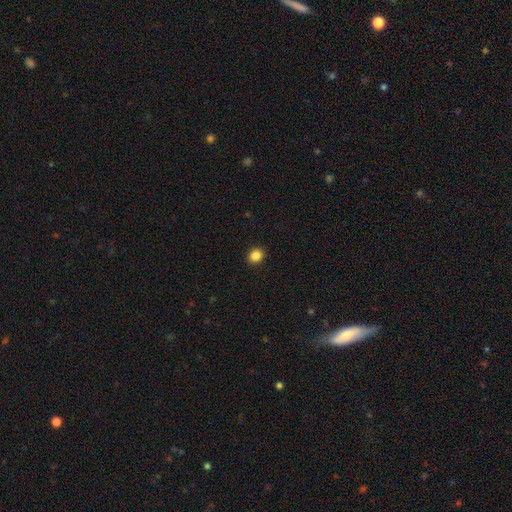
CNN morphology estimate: This appears to be a smooth galaxy with no disk features (86%) that is round (65%). Merging: none (91%).